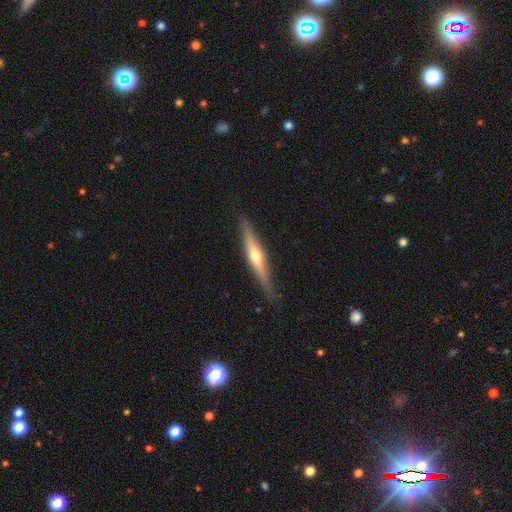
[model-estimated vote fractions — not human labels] This appears to be a featured or disk galaxy (68%) viewed edge-on (97%) with a rounded central bulge (87%). Merging: none (88%).